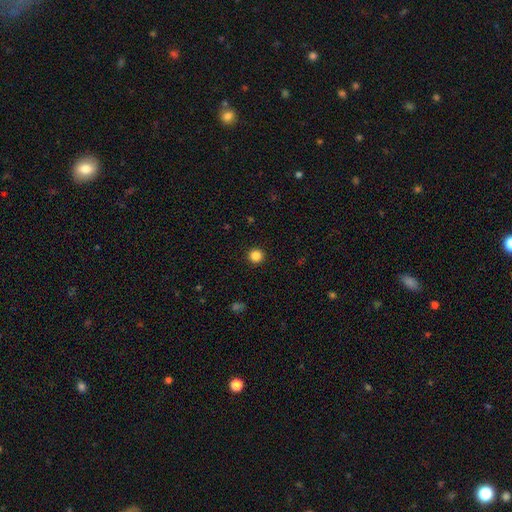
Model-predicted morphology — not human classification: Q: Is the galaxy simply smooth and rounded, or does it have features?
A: smooth — 85%.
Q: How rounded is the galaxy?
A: round — 95%.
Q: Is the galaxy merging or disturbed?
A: none — 93%.